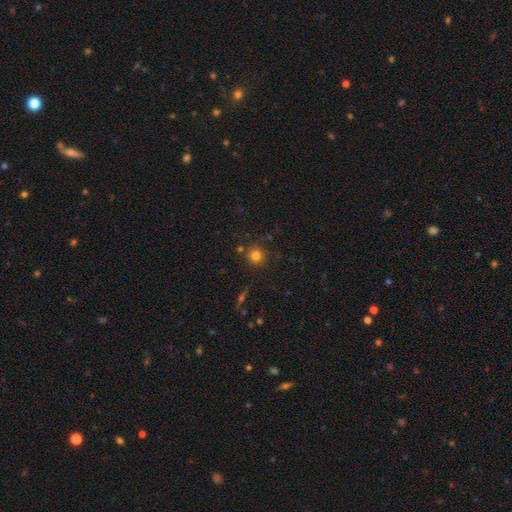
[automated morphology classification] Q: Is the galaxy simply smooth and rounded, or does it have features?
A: smooth — 79%.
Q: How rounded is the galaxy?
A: round — 92%.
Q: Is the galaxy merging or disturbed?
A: none — 83%.